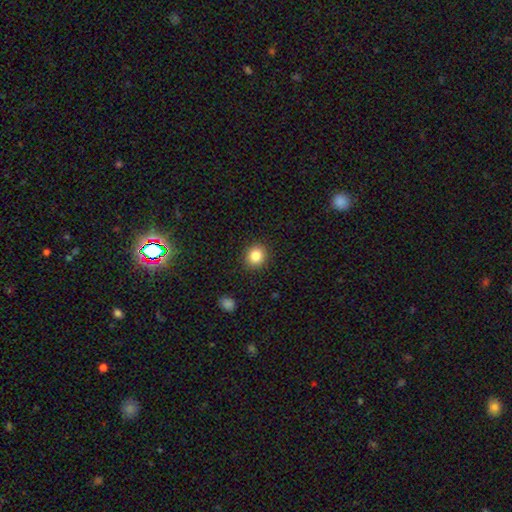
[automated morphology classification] type=smooth (84%); roundness=round (76%); merging=none (90%).